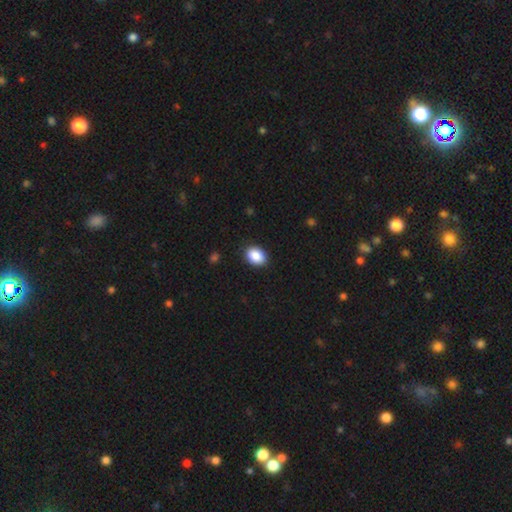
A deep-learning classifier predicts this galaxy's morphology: The model was most divided on "how rounded": in between: 73%, round: 26%, cigar-shaped: 1%. More confident: merging — none (89%); smooth or featured — smooth (88%).